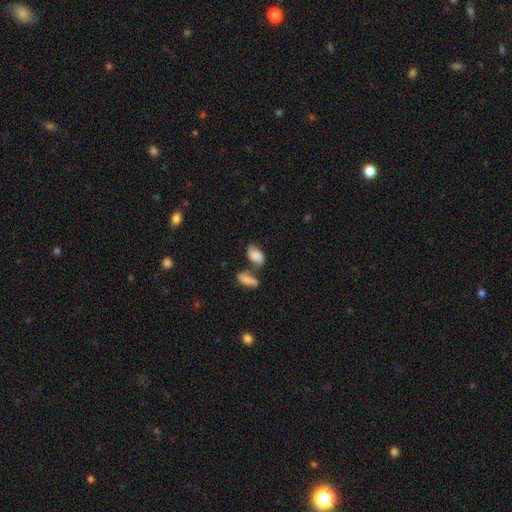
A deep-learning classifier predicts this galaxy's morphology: Smooth or featured? smooth (66%)
How rounded? in between (89%)
Merging? none (37%)